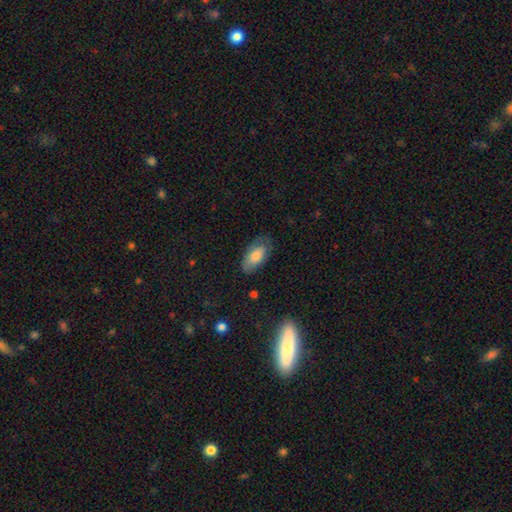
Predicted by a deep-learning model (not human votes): Q: Smooth or featured?
A: smooth (78%); runner-up: featured or disk (15%)
Q: How rounded?
A: in between (92%); runner-up: cigar-shaped (5%)
Q: Merging?
A: none (68%); runner-up: minor disturbance (23%)